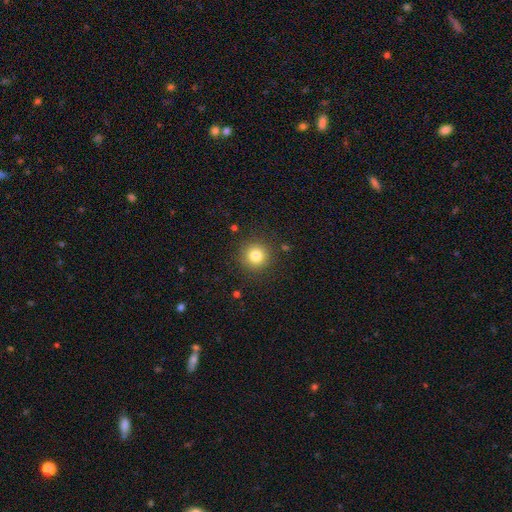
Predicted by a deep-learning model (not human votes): The model was most divided on "smooth or featured": smooth: 81%, star or artifact: 12%, featured or disk: 7%. More confident: how rounded — round (95%); merging — none (89%).